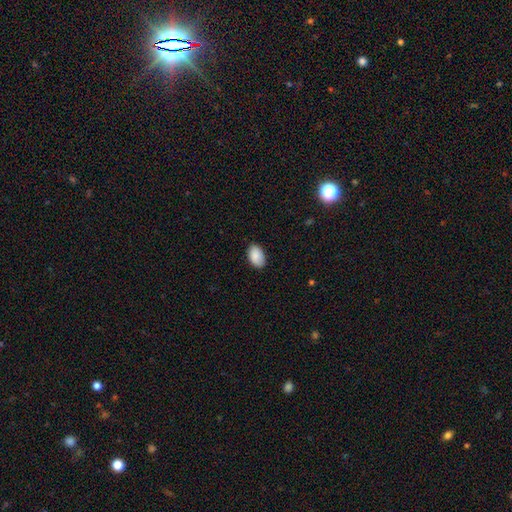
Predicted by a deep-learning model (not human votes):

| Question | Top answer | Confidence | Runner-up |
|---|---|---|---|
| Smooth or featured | smooth | 89% | star or artifact (6%) |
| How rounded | in between | 93% | round (6%) |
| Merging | none | 84% | minor disturbance (13%) |